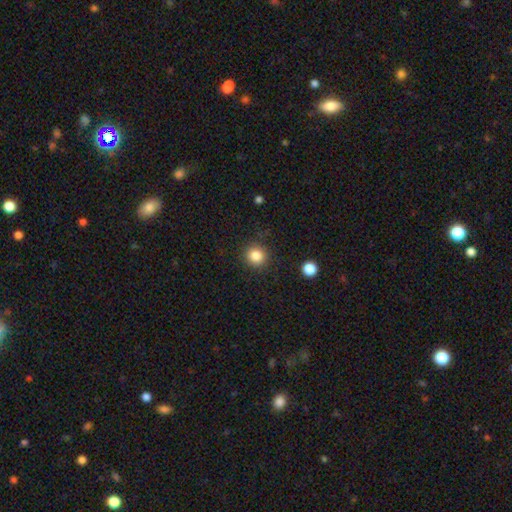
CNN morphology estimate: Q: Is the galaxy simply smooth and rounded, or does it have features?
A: smooth — 84%.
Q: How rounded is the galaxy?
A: round — 93%.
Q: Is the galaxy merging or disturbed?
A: none — 89%.